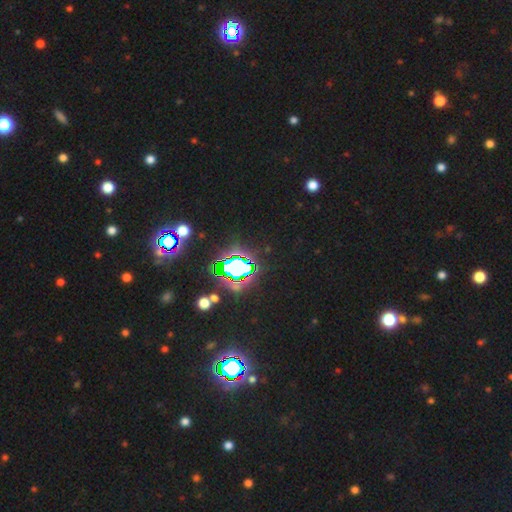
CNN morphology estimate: type=star or artifact (82%).